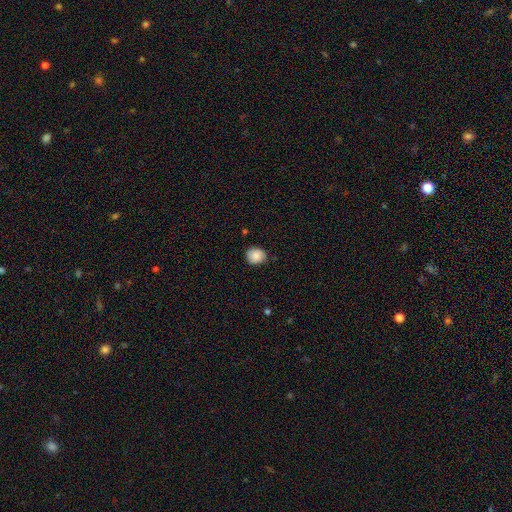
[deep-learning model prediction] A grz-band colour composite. It shows a smooth galaxy with no disk features (85%) that is round (68%). Merging: none (81%).